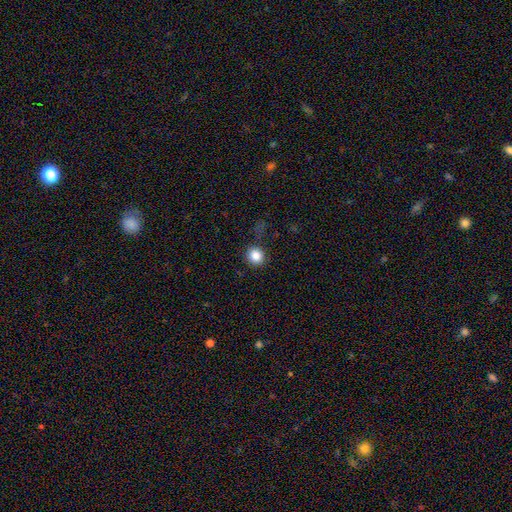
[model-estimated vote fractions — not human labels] The model was most divided on "merging": none: 82%, minor disturbance: 11%, major disturbance: 4%, merger: 2%. More confident: how rounded — round (88%); smooth or featured — smooth (84%).